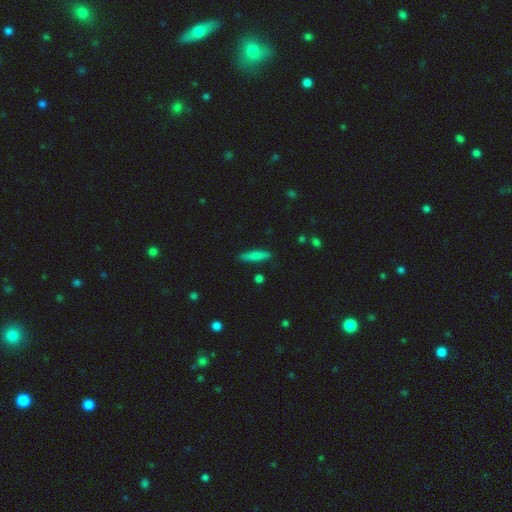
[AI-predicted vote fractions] Morphology: type=smooth (78%); roundness=cigar-shaped (83%); merging=none (87%).